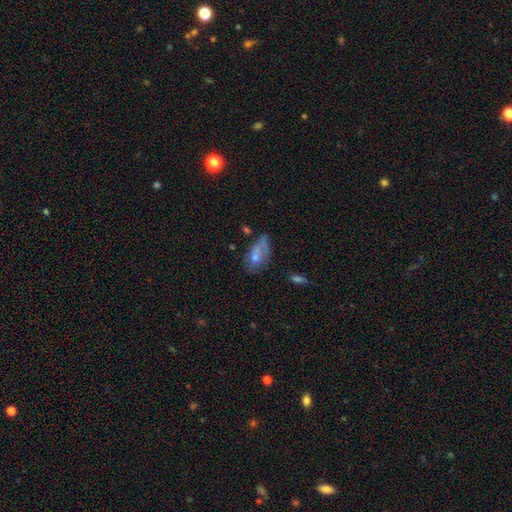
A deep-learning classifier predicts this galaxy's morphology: Q: Smooth or featured?
A: smooth (43%); tied with: featured or disk (43%)
Q: Merging?
A: none (44%); runner-up: minor disturbance (30%)